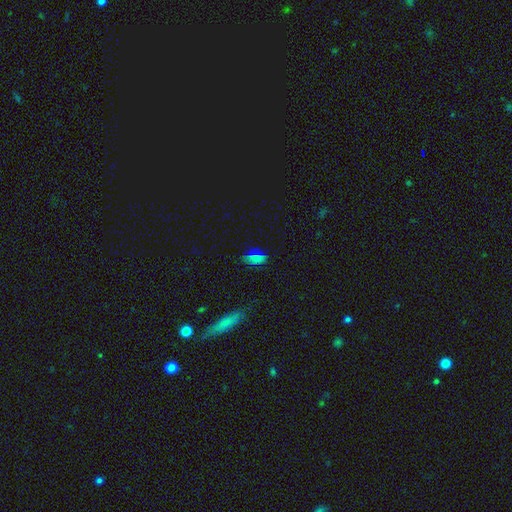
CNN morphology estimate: Overall: smooth (57%; star or artifact 33%). How rounded: in between (86%). Merging: none (78%).